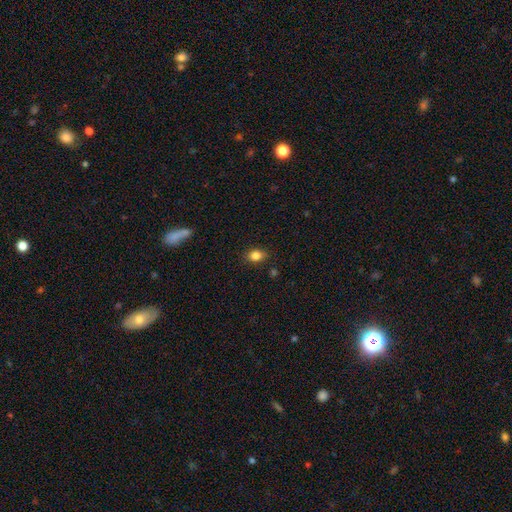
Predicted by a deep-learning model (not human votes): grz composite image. It shows a smooth galaxy with no disk features (84%) that is in between round and cigar-shaped (67%). Merging: none (86%).